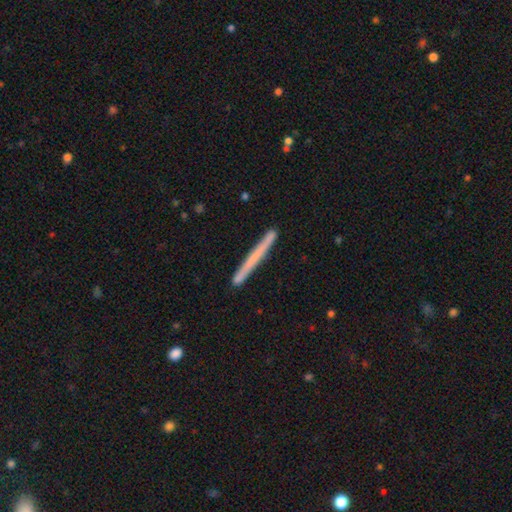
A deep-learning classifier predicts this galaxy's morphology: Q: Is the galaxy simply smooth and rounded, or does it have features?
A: smooth — 55%.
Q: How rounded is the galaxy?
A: cigar-shaped — 97%.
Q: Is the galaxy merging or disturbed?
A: none — 89%.